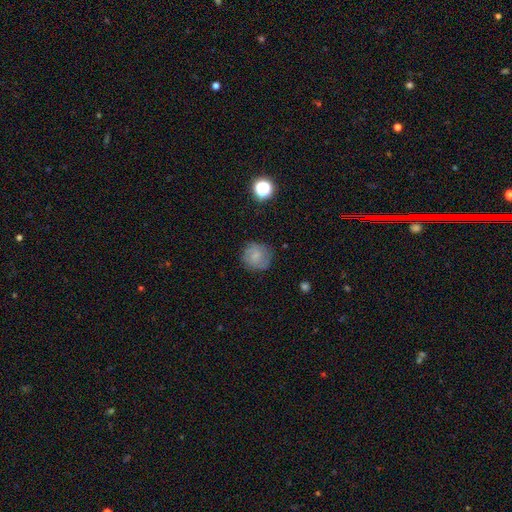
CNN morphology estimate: A smooth galaxy with no disk features (67%) that is round (90%).

Vote fractions:
- Smooth or featured? smooth: 67% / featured or disk: 23% / star or artifact: 10%
- How rounded? round: 90% / in between: 9% / cigar-shaped: 1%
- Merging? none: 77% / minor disturbance: 16% / major disturbance: 5% / merger: 1%